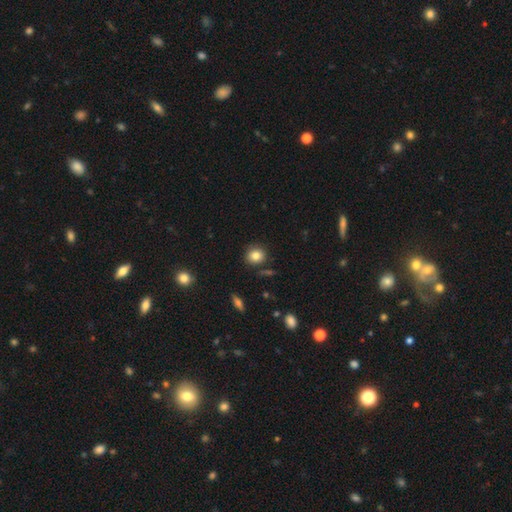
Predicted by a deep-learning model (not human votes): Smooth or featured? smooth (82%)
How rounded? round (83%)
Merging? none (85%)